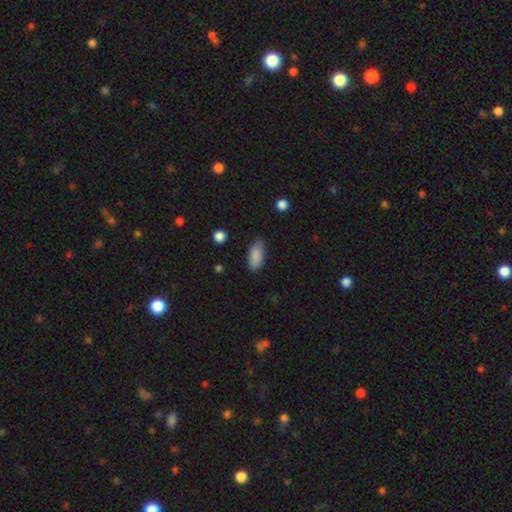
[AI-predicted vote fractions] The model was most divided on "merging": none: 77%, minor disturbance: 18%, major disturbance: 3%, merger: 1%. More confident: how rounded — in between (89%); smooth or featured — smooth (88%).